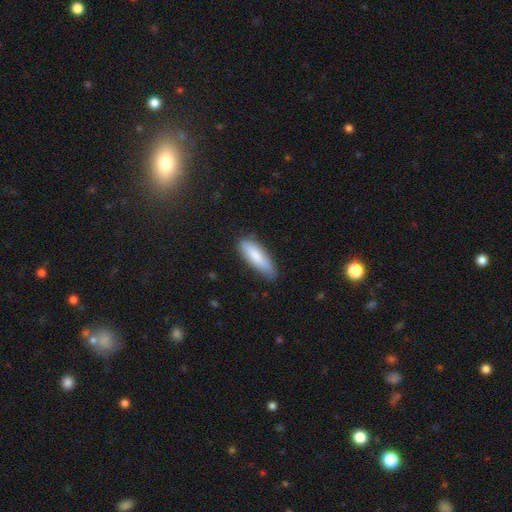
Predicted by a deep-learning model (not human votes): A smooth galaxy with no disk features (82%) that is cigar-shaped (50%).

Vote fractions:
- Smooth or featured? smooth: 82% / featured or disk: 13% / star or artifact: 6%
- How rounded? cigar-shaped: 50% / in between: 48% / round: 2%
- Merging? none: 78% / minor disturbance: 17% / major disturbance: 3% / merger: 1%